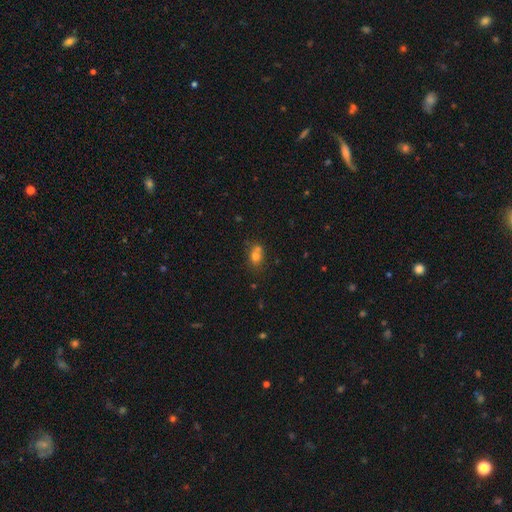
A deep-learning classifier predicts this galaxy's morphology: smooth-or-featured: smooth: 71% | featured or disk: 15% | star or artifact: 14%
  how-rounded: round: 53% | in between: 45% | cigar-shaped: 1%
  merging: none: 43% | merger: 38% | minor disturbance: 14% | major disturbance: 5%